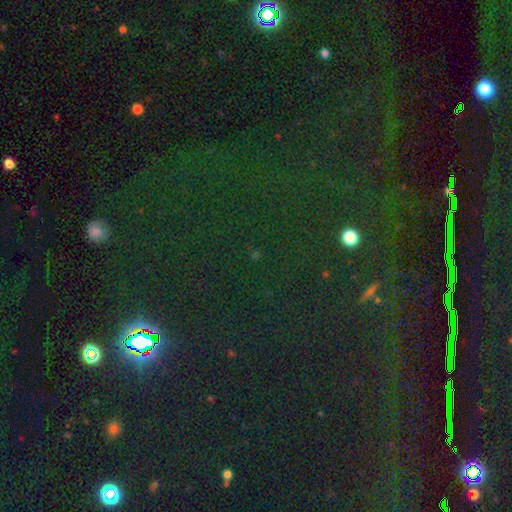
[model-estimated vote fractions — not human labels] A star or artifact, not a galaxy (78%).